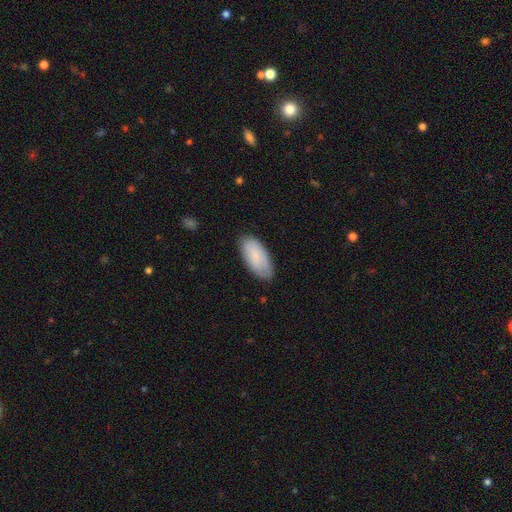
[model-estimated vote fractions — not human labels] Smooth or featured?
  - smooth: 81% *
  - featured or disk: 13%
  - star or artifact: 6%
How rounded?
  - in between: 91% *
  - cigar-shaped: 7%
  - round: 2%
Merging?
  - none: 79% *
  - minor disturbance: 17%
  - major disturbance: 3%
  - merger: 1%